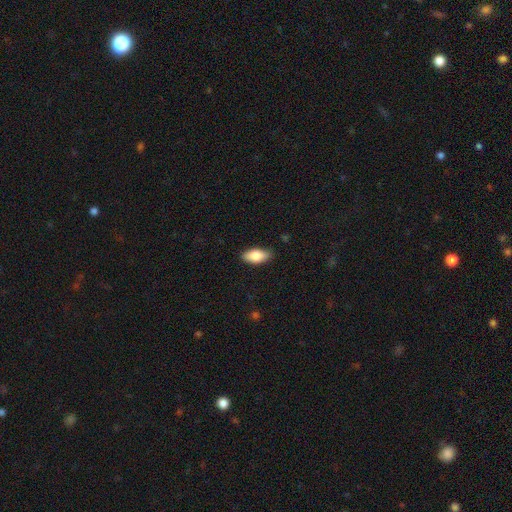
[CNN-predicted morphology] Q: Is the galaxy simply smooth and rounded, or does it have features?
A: smooth — 82%.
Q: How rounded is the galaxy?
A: in between — 89%.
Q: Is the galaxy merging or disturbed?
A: none — 85%.